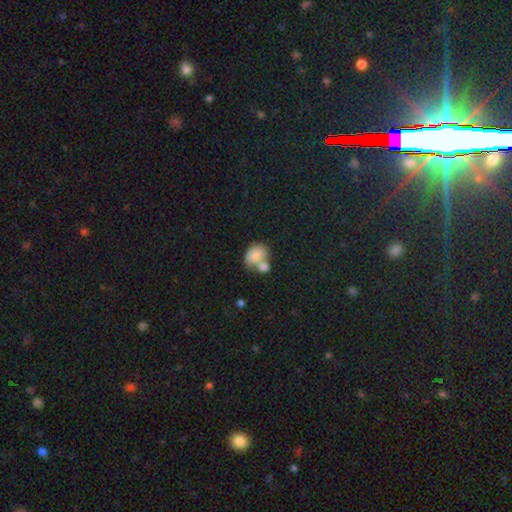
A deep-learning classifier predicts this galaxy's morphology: Smooth or featured? smooth (79%)
How rounded? in between (71%)
Merging? merger (54%)